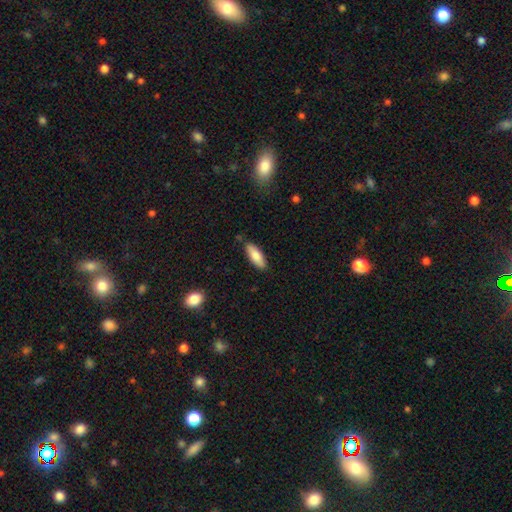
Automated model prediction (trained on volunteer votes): Overall: smooth (81%). How rounded: in between (66%; cigar-shaped 33%). Merging: none (84%).